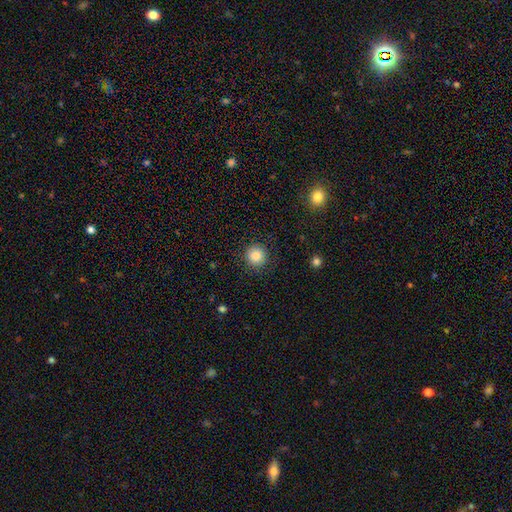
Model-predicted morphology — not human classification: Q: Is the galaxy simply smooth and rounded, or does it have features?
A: smooth — 85%.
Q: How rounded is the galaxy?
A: round — 95%.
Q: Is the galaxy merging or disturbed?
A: none — 89%.